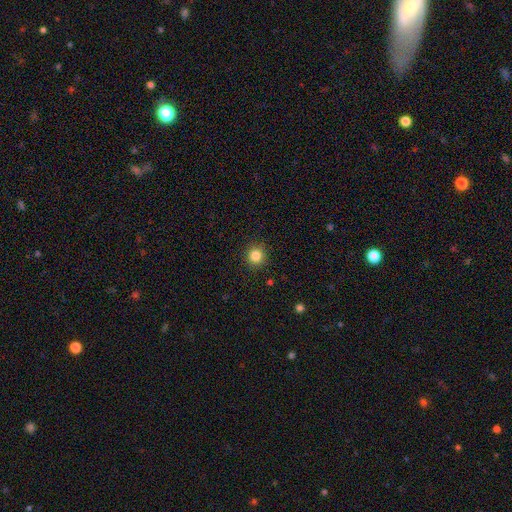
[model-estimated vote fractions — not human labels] Overall: smooth (84%). How rounded: round (93%). Merging: none (91%).